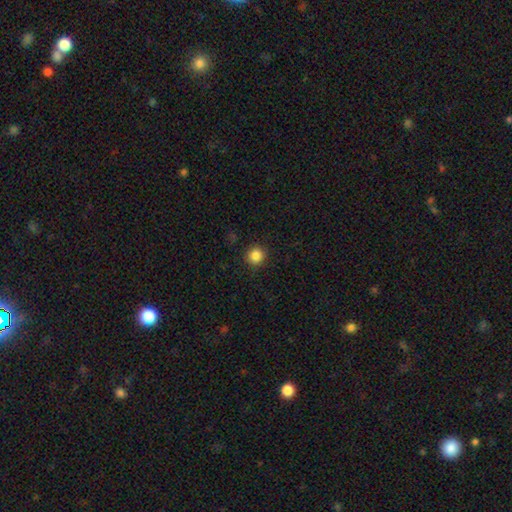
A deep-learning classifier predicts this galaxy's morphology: Overall: smooth (85%). How rounded: round (94%). Merging: none (92%).